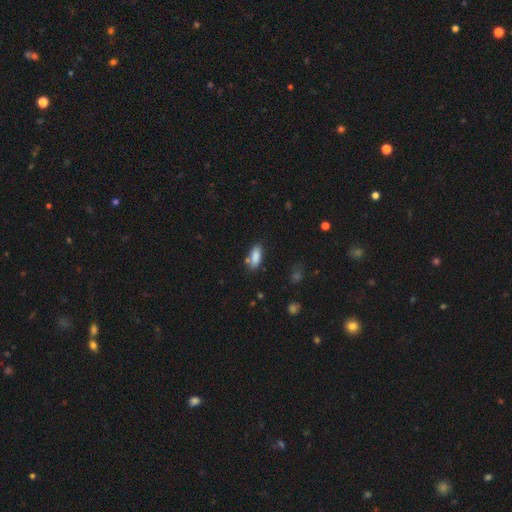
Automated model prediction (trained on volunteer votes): A smooth galaxy with no disk features (86%) that is in between round and cigar-shaped (77%).

Vote fractions:
- Smooth or featured? smooth: 86% / star or artifact: 8% / featured or disk: 6%
- How rounded? in between: 77% / cigar-shaped: 21% / round: 2%
- Merging? none: 71% / minor disturbance: 17% / merger: 8% / major disturbance: 4%